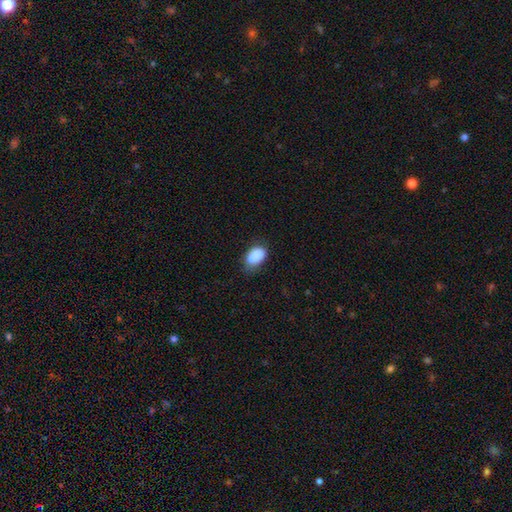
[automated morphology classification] type=smooth (89%); roundness=in between (90%); merging=none (70%).